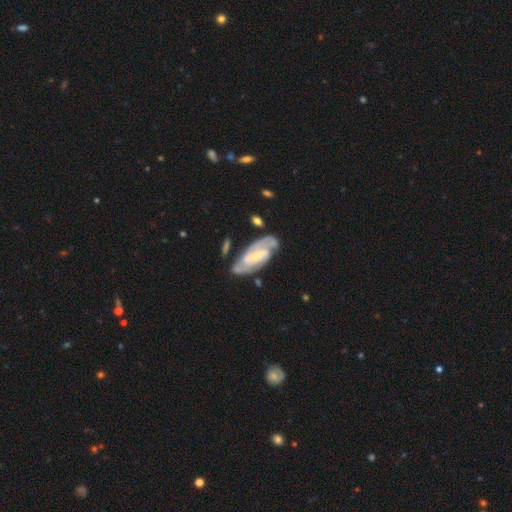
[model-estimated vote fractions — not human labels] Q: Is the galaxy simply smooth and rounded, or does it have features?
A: featured or disk — 81%.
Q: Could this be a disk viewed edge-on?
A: no — 93%.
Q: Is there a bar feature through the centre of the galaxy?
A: weak — 42%.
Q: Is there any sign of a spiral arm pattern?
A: yes — 93%.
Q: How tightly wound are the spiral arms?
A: tight — 50%.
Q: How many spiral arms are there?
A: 2 — 69%.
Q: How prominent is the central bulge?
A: small — 64%.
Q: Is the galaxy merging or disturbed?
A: none — 69%.